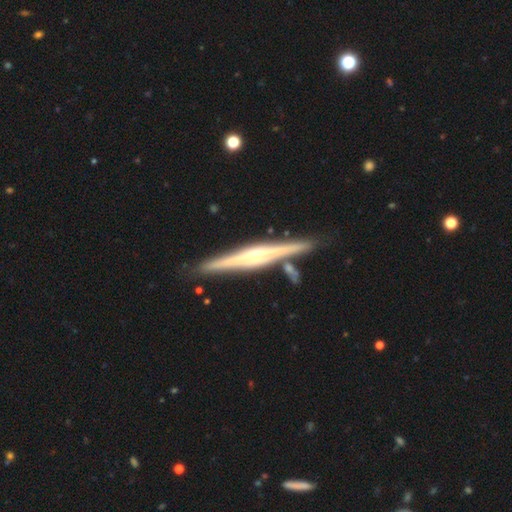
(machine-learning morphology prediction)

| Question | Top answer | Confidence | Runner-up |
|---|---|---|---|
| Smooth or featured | featured or disk | 84% | smooth (11%) |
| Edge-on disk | yes | 98% | no (2%) |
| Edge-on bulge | rounded | 72% | boxy (18%) |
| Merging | none | 85% | minor disturbance (8%) |